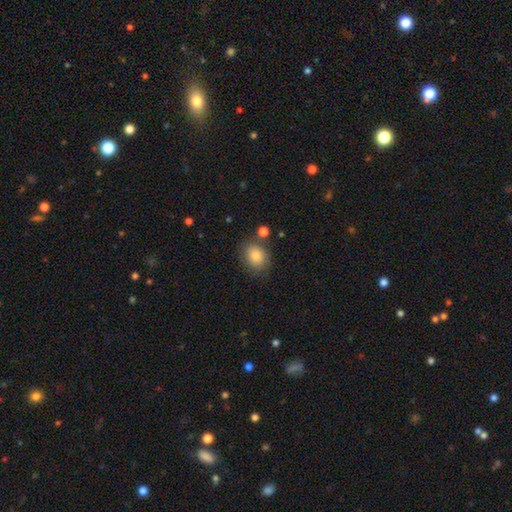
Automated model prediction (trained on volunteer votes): The model was most divided on "how rounded": round: 51%, in between: 48%, cigar-shaped: 1%. More confident: smooth or featured — smooth (83%); merging — none (73%).